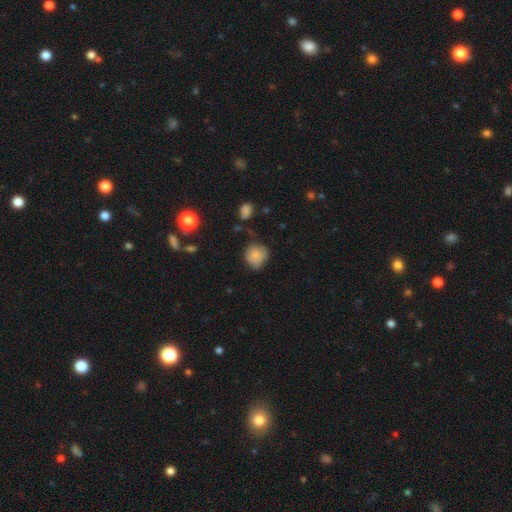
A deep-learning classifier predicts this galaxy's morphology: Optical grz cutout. It shows a smooth galaxy with no disk features (80%) that is round (84%). Merging: none (57%).